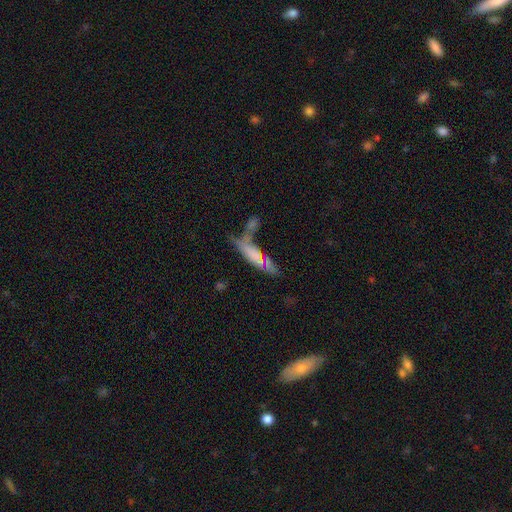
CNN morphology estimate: type=smooth (57%); roundness=cigar-shaped (74%); merging=none (37%).